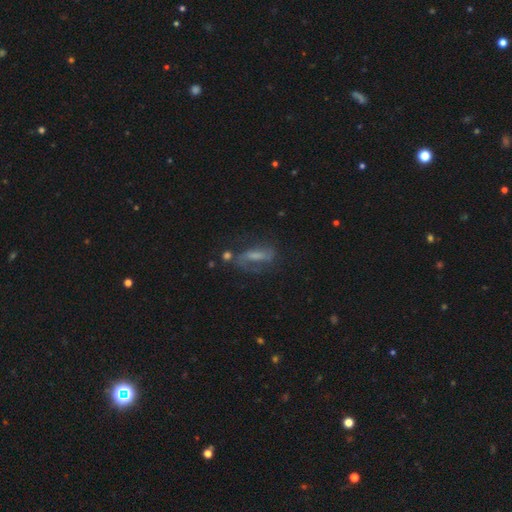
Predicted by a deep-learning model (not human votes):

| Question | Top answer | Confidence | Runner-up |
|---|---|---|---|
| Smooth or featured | featured or disk | 59% | smooth (27%) |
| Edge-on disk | no | 79% | yes (21%) |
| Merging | none | 55% | minor disturbance (21%) |